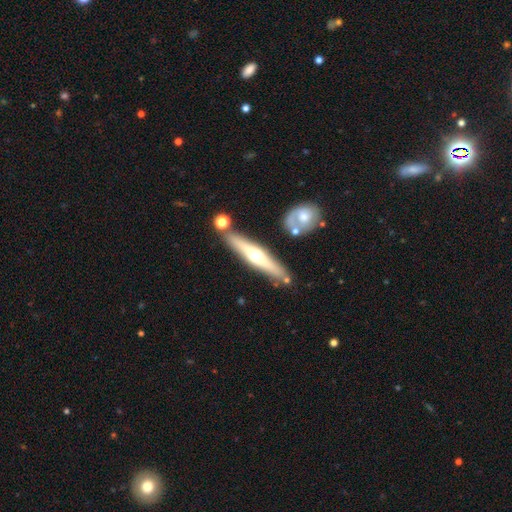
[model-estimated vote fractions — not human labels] featured or disk 60%, smooth 34%, star or artifact 6%. Down the decision tree: edge-on disk — yes (92%); edge-on bulge — rounded (90%); merging — none (81%).